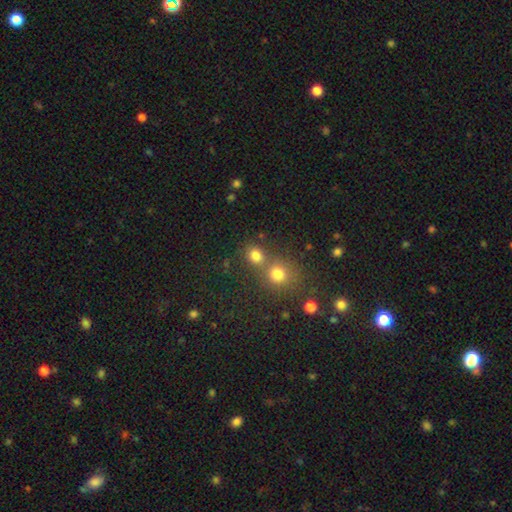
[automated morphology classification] The model was most divided on "merging": none: 53%, merger: 37%, minor disturbance: 7%, major disturbance: 3%. More confident: smooth or featured — smooth (78%); how rounded — round (77%).